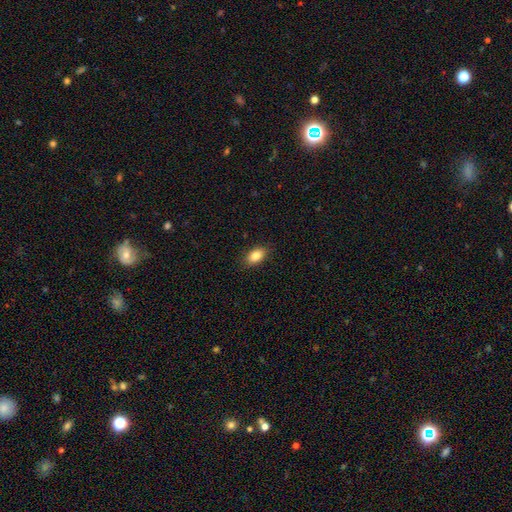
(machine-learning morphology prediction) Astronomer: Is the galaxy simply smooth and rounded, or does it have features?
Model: smooth — 86%.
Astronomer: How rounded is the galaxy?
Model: in between — 91%.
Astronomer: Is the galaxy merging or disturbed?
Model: none — 88%.